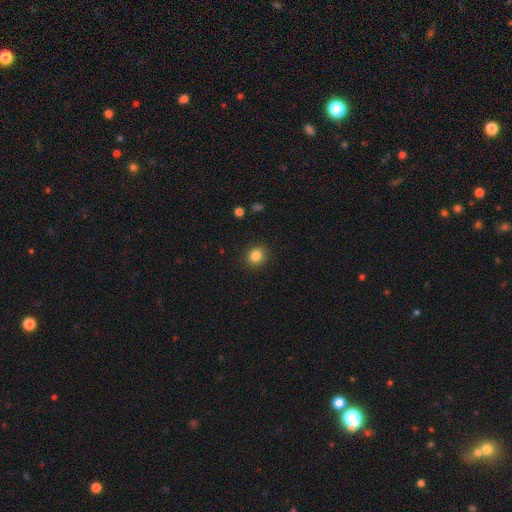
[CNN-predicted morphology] A smooth galaxy with no disk features (84%) that is round (82%). Merging: none (88%).